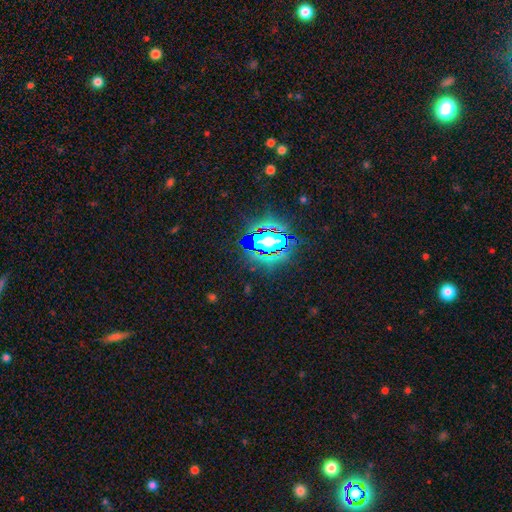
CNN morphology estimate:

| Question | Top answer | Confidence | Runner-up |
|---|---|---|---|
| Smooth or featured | star or artifact | 76% | smooth (13%) |